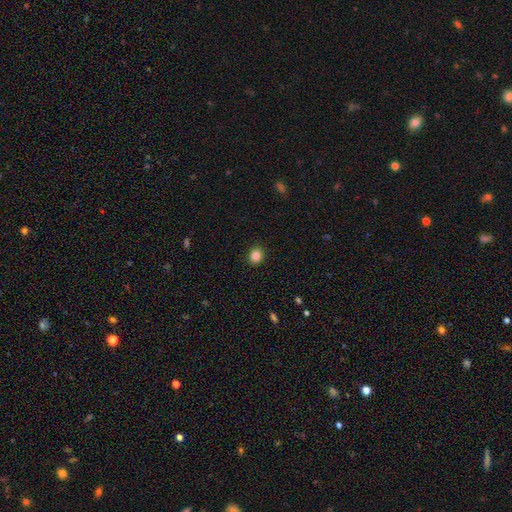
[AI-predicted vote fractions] Smooth or featured? smooth (84%)
How rounded? round (72%)
Merging? none (91%)